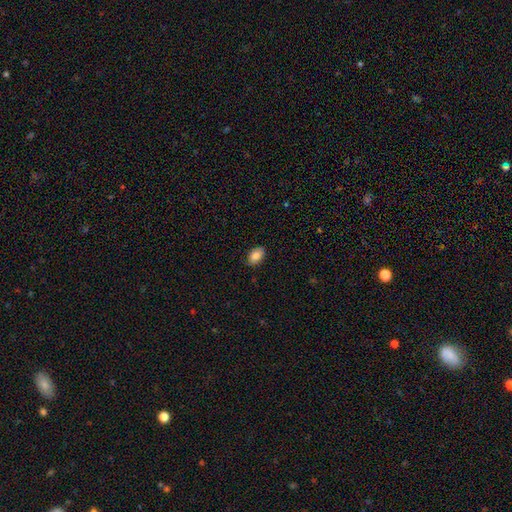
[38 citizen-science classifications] This is clearly a smooth galaxy (87%). How rounded: clearly in between (94%). Merging: likely none (69%).